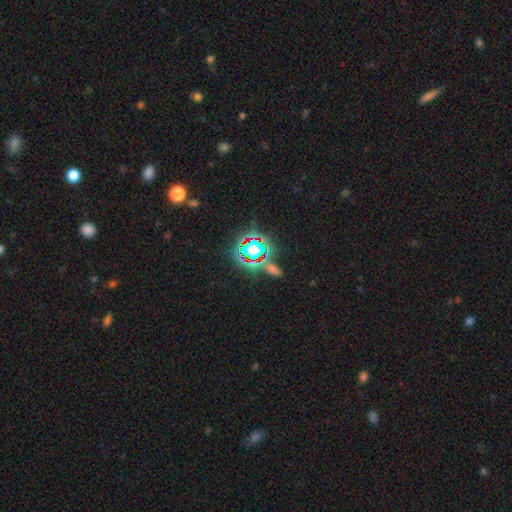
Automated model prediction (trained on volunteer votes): Smooth or featured: star or artifact — 80% (smooth — 13%)